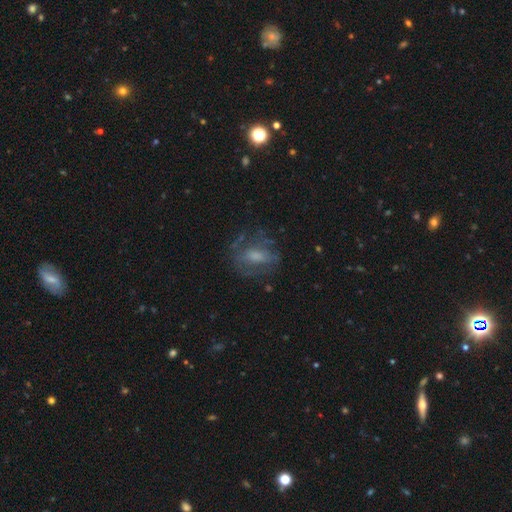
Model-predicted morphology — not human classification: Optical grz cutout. It shows a featured or disk galaxy (48%). Merging: none (60%).